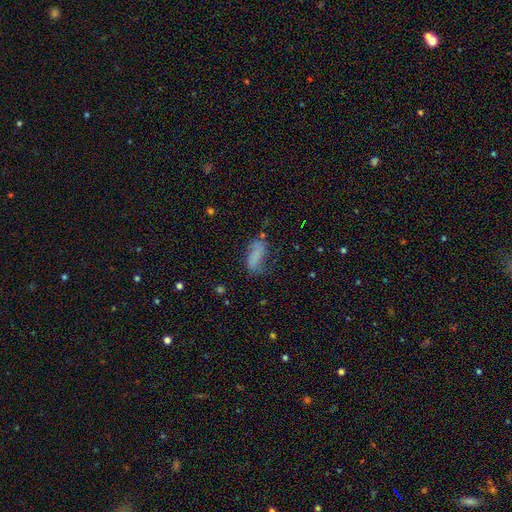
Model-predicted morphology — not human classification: This is likely a smooth galaxy (64%). How rounded: clearly in between (81%). Merging: possibly none (46%).